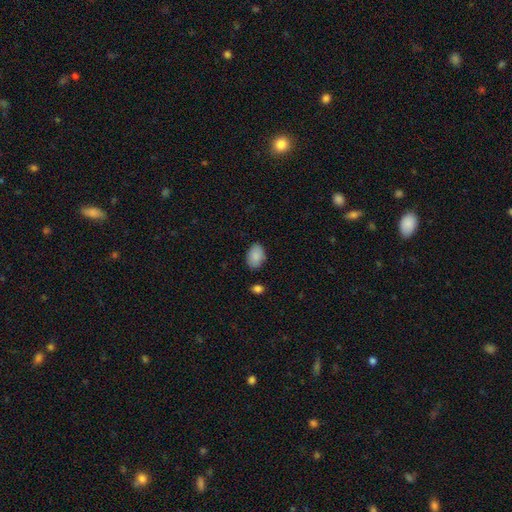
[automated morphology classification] A smooth galaxy with no disk features (88%) that is in between round and cigar-shaped (86%). Merging: none (82%).